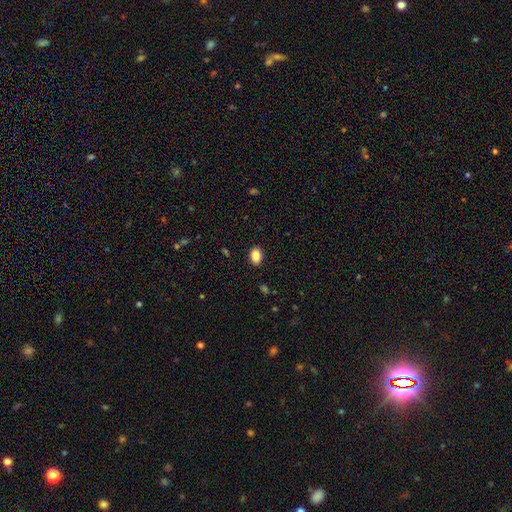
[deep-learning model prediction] Morphology: type=smooth (87%); roundness=in between (79%); merging=none (89%).